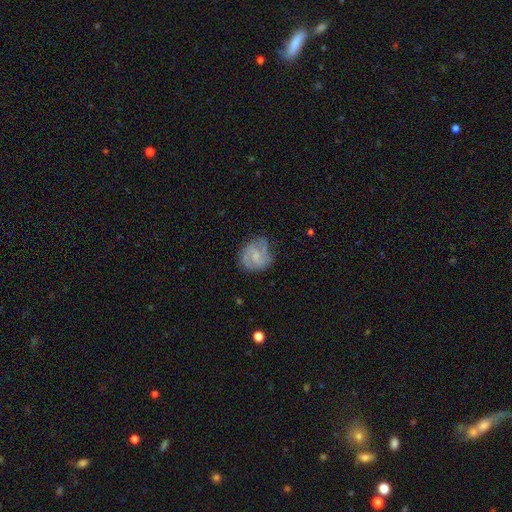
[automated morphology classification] The model was most divided on "bar": no: 48%, weak: 45%, strong: 7%. Remaining: edge-on disk — no (98%); spiral arms — yes (87%); smooth or featured — featured or disk (68%); merging — none (63%); spiral arm count — 2 (58%); spiral winding — medium (49%); bulge size — small (46%).